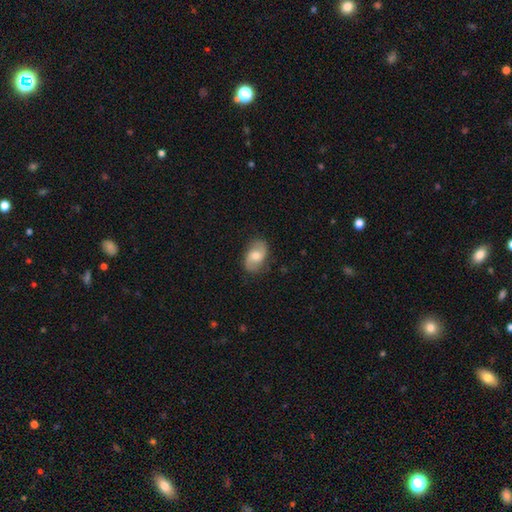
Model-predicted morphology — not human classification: Smooth or featured? Predicted: featured or disk (p=0.55). Edge-on disk? Predicted: no (p=0.96). Bar? Predicted: no (p=0.56). Spiral arms? Predicted: yes (p=0.87). Bulge size? Predicted: moderate (p=0.67). Merging? Predicted: none (p=0.80).